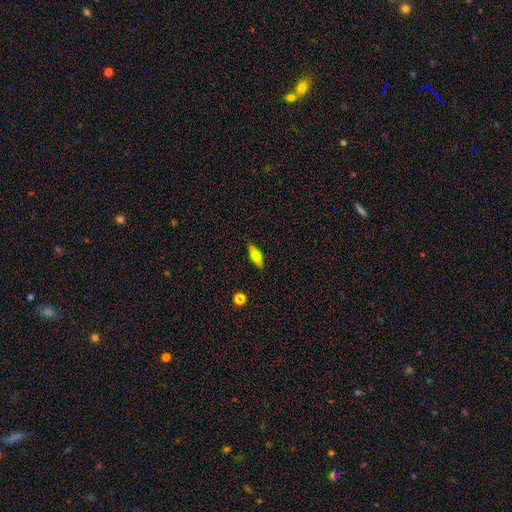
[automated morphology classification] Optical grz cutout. It shows a smooth galaxy with no disk features (60%) that is in between round and cigar-shaped (52%). Merging: none (87%).